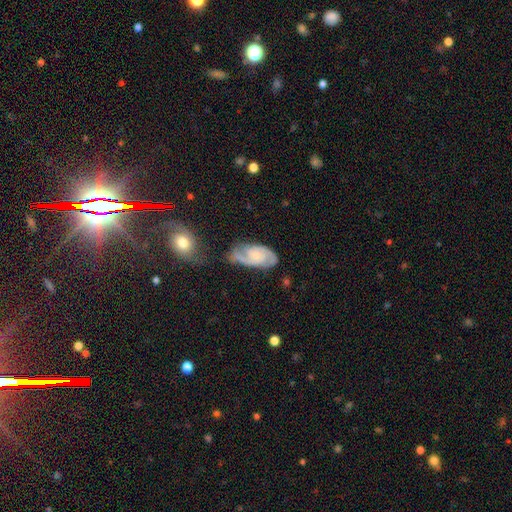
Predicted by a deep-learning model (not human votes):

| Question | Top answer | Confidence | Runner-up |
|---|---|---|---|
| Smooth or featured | featured or disk | 80% | smooth (14%) |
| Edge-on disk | no | 96% | yes (4%) |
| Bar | no | 64% | weak (30%) |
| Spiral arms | yes | 96% | no (4%) |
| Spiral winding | tight | 45% | medium (43%) |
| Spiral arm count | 2 | 79% | can't tell (8%) |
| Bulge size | small | 58% | moderate (21%) |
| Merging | none | 59% | minor disturbance (24%) |